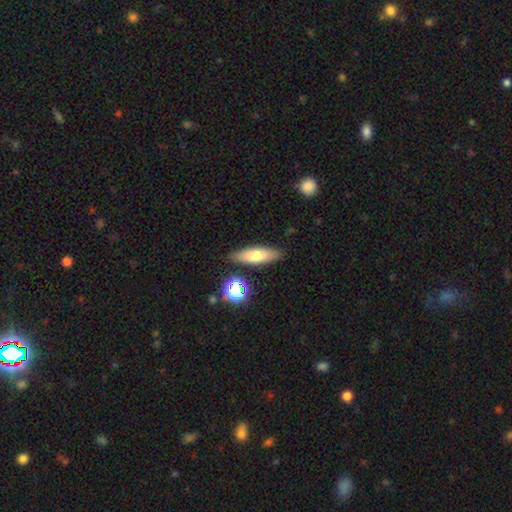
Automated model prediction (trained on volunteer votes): smooth-or-featured: smooth: 71% | featured or disk: 20% | star or artifact: 9%
  how-rounded: cigar-shaped: 50% | in between: 47% | round: 3%
  merging: none: 84% | minor disturbance: 10% | merger: 4% | major disturbance: 2%